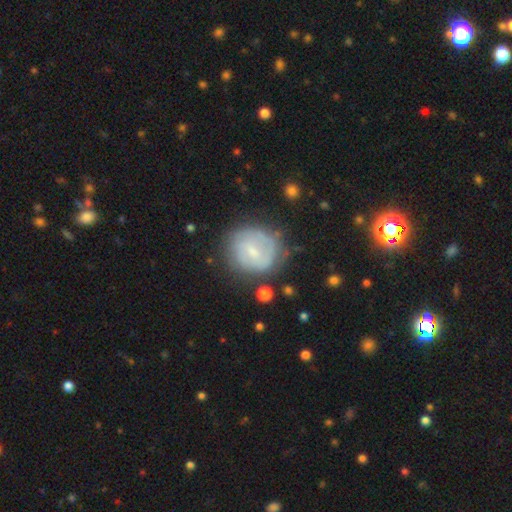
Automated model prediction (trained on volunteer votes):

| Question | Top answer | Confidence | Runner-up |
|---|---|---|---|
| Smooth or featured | featured or disk | 58% | smooth (32%) |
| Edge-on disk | no | 97% | yes (3%) |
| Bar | weak | 54% | no (28%) |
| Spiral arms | yes | 75% | no (25%) |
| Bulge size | small | 65% | moderate (25%) |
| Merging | none | 74% | minor disturbance (17%) |